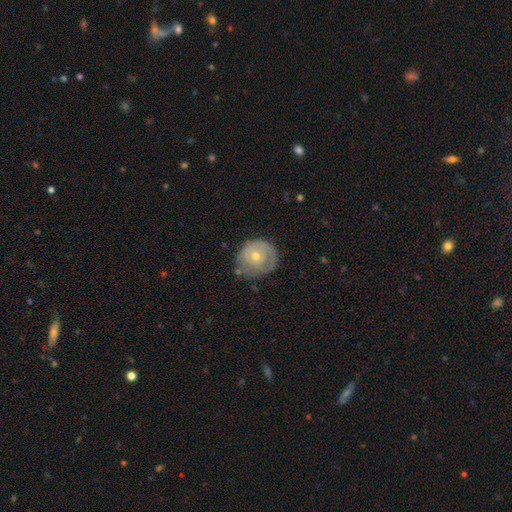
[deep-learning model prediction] Smooth or featured?
  - smooth: 48% *
  - featured or disk: 45%
  - star or artifact: 7%
Merging?
  - none: 58% *
  - minor disturbance: 29%
  - major disturbance: 10%
  - merger: 3%